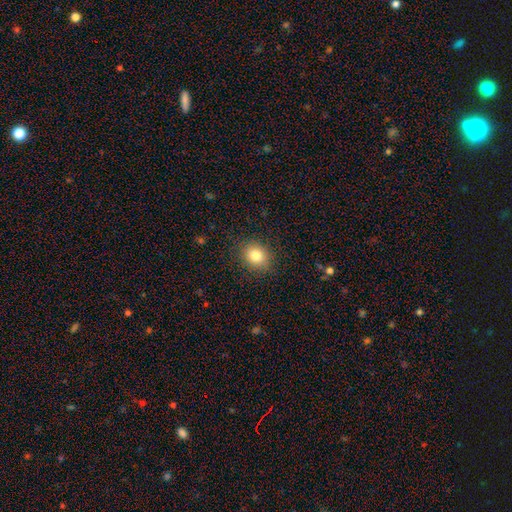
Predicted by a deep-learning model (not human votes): This is clearly a smooth galaxy (81%). How rounded: likely round (68%). Merging: clearly none (88%).